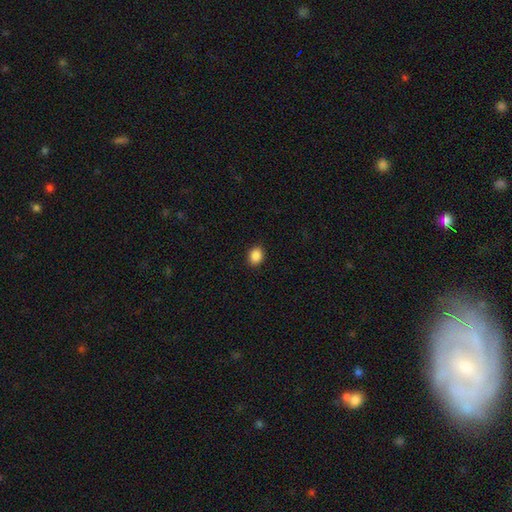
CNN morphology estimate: The model was most divided on "how rounded": in between: 53%, round: 47%, cigar-shaped: 1%. More confident: merging — none (90%); smooth or featured — smooth (88%).